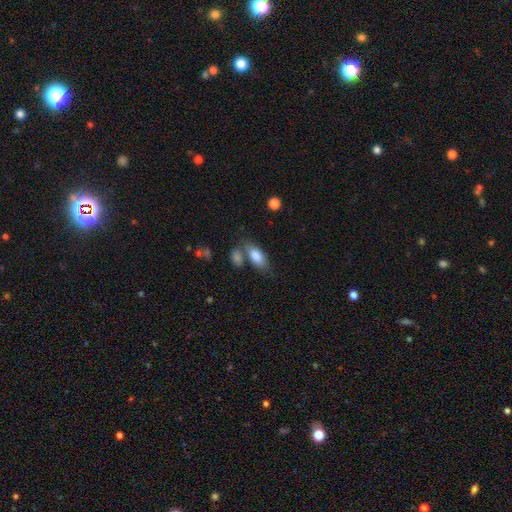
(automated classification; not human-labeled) Smooth or featured: smooth — 83% (featured or disk — 10%)
How rounded: in between — 87% (cigar-shaped — 10%)
Merging: none — 54% (merger — 25%)